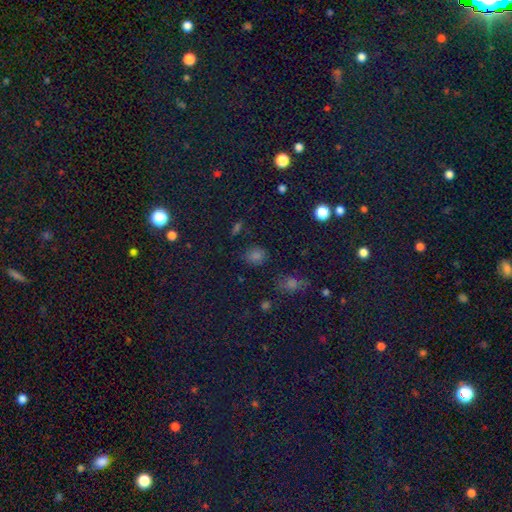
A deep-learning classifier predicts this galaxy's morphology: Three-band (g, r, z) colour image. It shows a smooth galaxy with no disk features (58%) that is in between round and cigar-shaped (50%). Merging: none (75%).